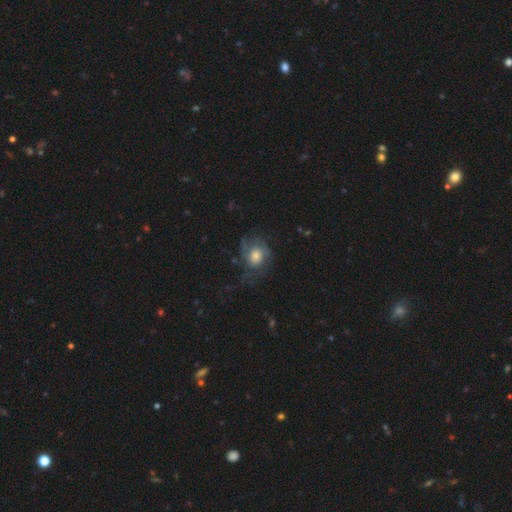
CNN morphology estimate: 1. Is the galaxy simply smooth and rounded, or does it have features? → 55% featured or disk, 35% smooth, 10% star or artifact.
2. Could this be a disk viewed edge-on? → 97% no, 3% yes.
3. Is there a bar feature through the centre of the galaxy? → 78% no, 19% weak, 3% strong.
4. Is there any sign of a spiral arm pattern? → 81% yes, 19% no.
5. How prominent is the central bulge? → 52% moderate, 28% large, 13% small, 3% dominant, 3% none.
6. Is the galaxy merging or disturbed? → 51% none, 25% major disturbance, 22% minor disturbance, 2% merger.